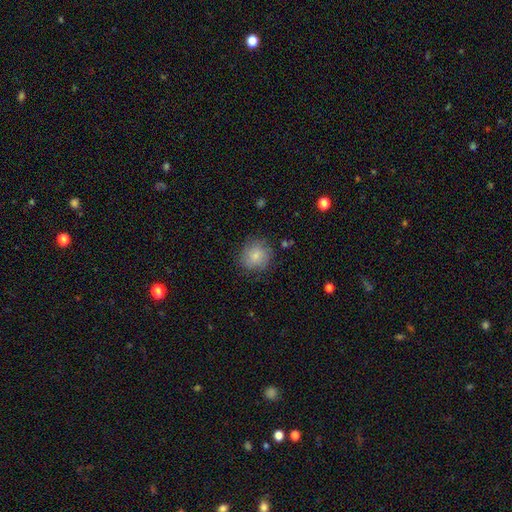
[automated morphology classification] Smooth or featured: smooth — 74% (featured or disk — 18%)
How rounded: round — 87% (in between — 12%)
Merging: none — 77% (minor disturbance — 16%)